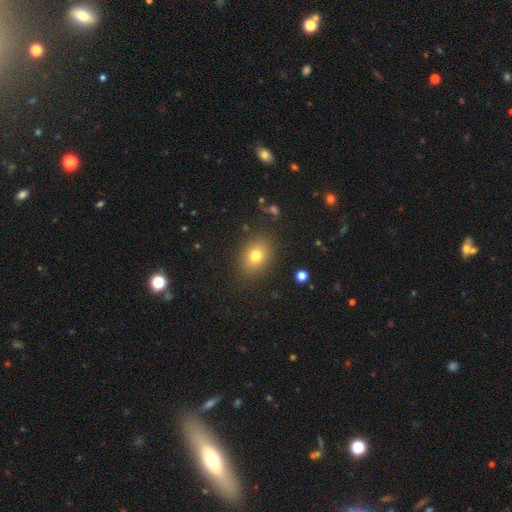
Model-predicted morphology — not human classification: This is likely a smooth galaxy (77%). How rounded: likely in between (61%). Merging: clearly none (85%).